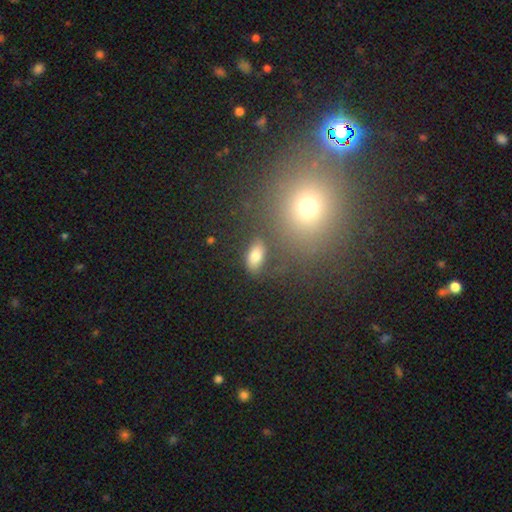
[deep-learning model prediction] smooth 76%, star or artifact 13%, featured or disk 11%. Down the decision tree: how rounded — in between (85%); merging — none (77%).